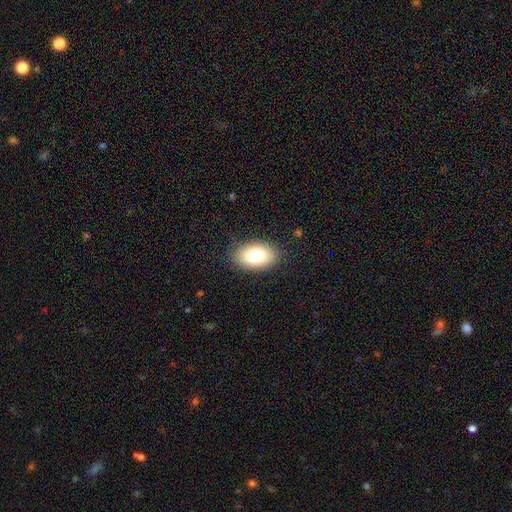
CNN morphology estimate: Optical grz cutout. It shows a smooth galaxy with no disk features (81%) that is in between round and cigar-shaped (91%). Merging: none (85%).